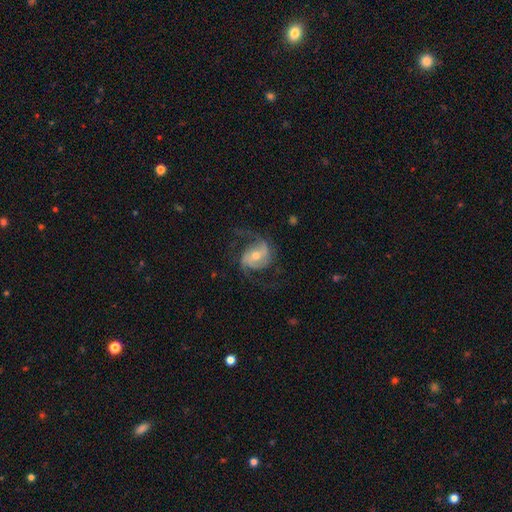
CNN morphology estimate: A featured or disk galaxy (86%) with a weak bar (40%), 2 (77%) medium (46%) spiral arms (96%) and a moderate central bulge (57%).

Vote fractions:
- Smooth or featured? featured or disk: 86% / smooth: 9% / star or artifact: 6%
- Edge-on disk? no: 97% / yes: 3%
- Bar? weak: 40% / no: 35% / strong: 25%
- Spiral arms? yes: 96% / no: 4%
- Spiral winding? medium: 46% / loose: 43% / tight: 12%
- Spiral arm count? 2: 77% / 3: 11% / can't tell: 5% / 1: 3% / 4: 2% / more than 4: 2%
- Bulge size? moderate: 57% / small: 38% / large: 3% / none: 1% / dominant: 1%
- Merging? none: 66% / major disturbance: 17% / minor disturbance: 16% / merger: 1%